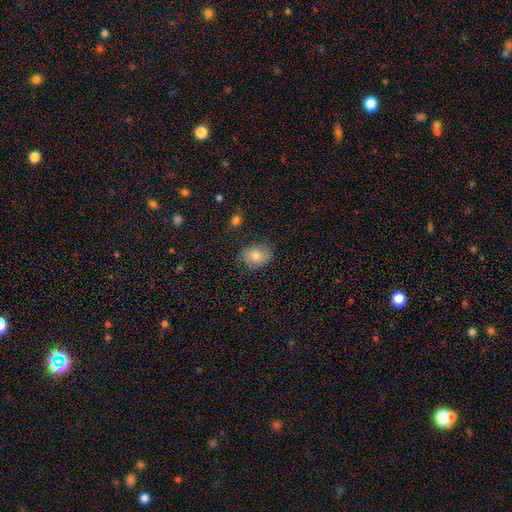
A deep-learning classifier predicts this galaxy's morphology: Smooth or featured: smooth — 79% (featured or disk — 13%)
How rounded: in between — 64% (round — 35%)
Merging: none — 77% (minor disturbance — 17%)